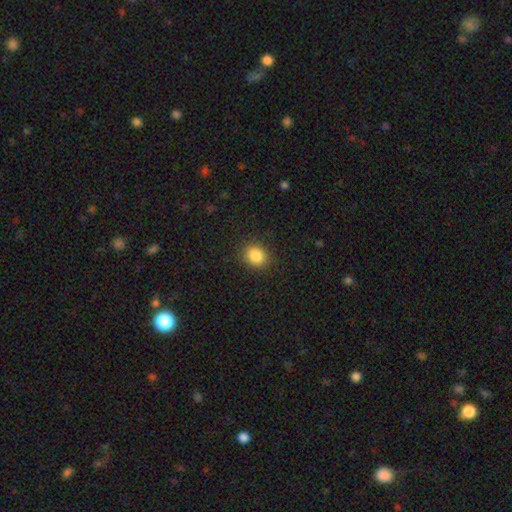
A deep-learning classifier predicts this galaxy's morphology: Smooth or featured?
  - smooth: 86% *
  - star or artifact: 10%
  - featured or disk: 4%
How rounded?
  - round: 70% *
  - in between: 29%
  - cigar-shaped: 1%
Merging?
  - none: 89% *
  - minor disturbance: 8%
  - major disturbance: 3%
  - merger: 1%